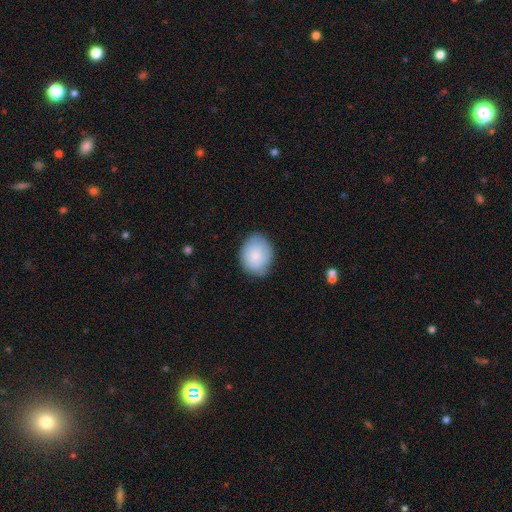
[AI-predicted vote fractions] This appears to be a smooth galaxy with no disk features (82%) that is in between round and cigar-shaped (59%). Merging: none (74%).